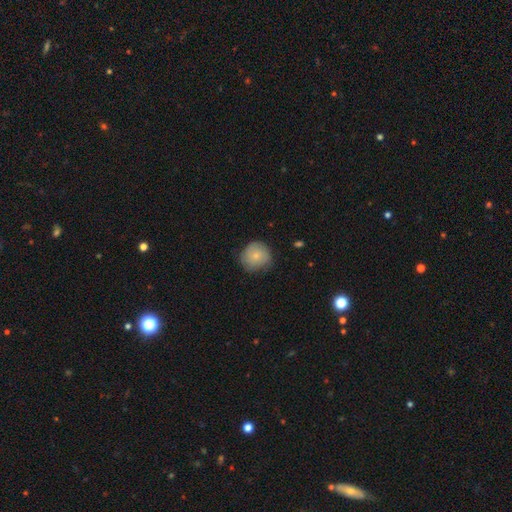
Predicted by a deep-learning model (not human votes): A smooth galaxy with no disk features (73%) that is round (90%). Merging: none (72%).